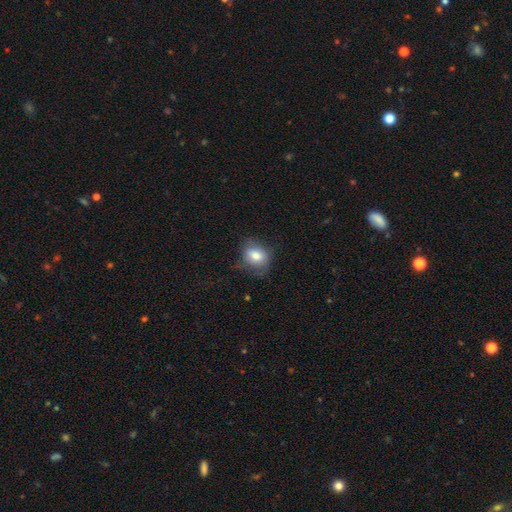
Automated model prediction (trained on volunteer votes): smooth_or_featured: smooth (p=0.78) [alt: featured or disk p=0.13]
how_rounded: in between (p=0.54) [alt: round p=0.44]
merging: none (p=0.61) [alt: minor disturbance p=0.27]